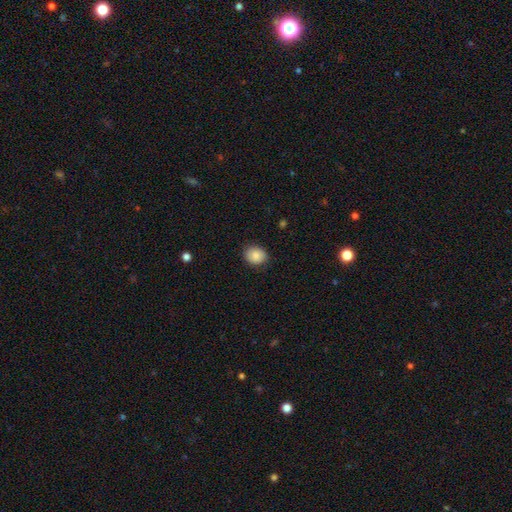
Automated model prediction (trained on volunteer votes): A smooth galaxy with no disk features (86%) that is round (58%). Merging: none (86%).